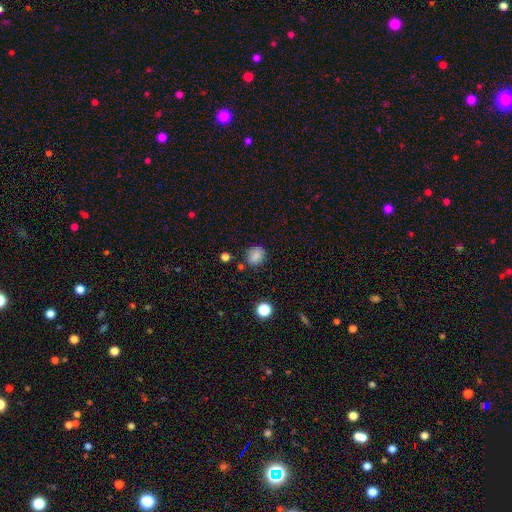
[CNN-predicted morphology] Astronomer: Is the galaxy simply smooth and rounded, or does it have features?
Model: smooth — 83%.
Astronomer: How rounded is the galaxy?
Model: round — 58% (runner-up: in between, 41%).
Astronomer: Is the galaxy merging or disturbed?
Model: none — 76%.